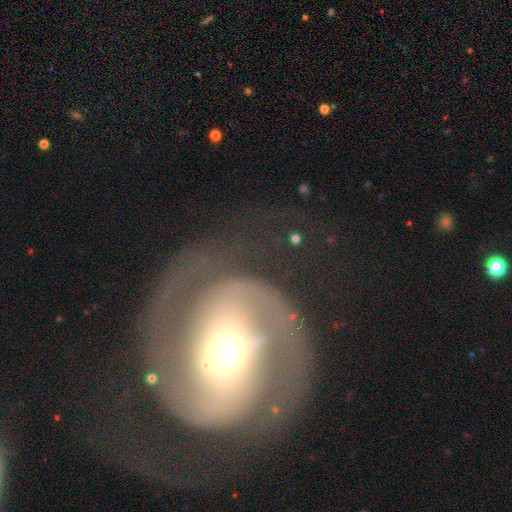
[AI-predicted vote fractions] Overall: featured or disk (90%). Edge-on disk: no (98%). Bar: no (40%; weak 33%). Spiral arms: yes (96%). Spiral arm count: 2 (91%). Spiral winding: medium (48%; tight 40%). Bulge size: moderate (61%; large 23%). Merging: none (73%).